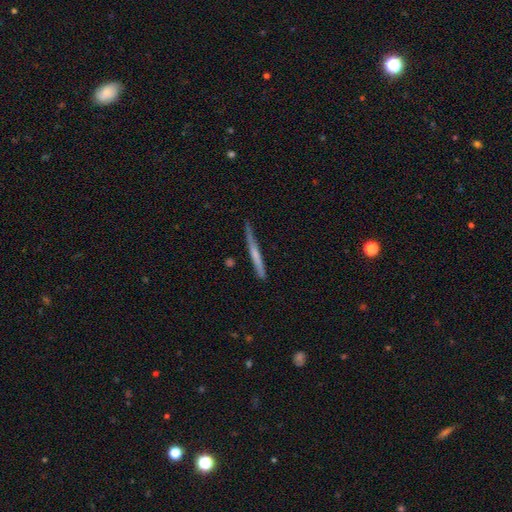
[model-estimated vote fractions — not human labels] Overall: smooth (50%; featured or disk 44%). How rounded: cigar-shaped (96%). Merging: none (77%).